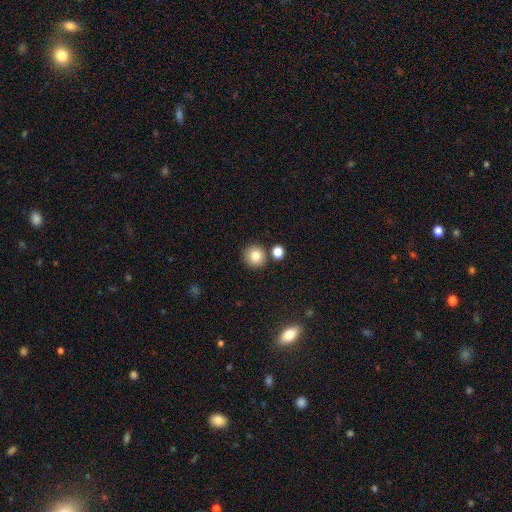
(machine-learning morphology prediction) smooth_or_featured: smooth (p=0.82) [alt: star or artifact p=0.11]
how_rounded: round (p=0.92) [alt: in between p=0.07]
merging: none (p=0.81) [alt: merger p=0.09]